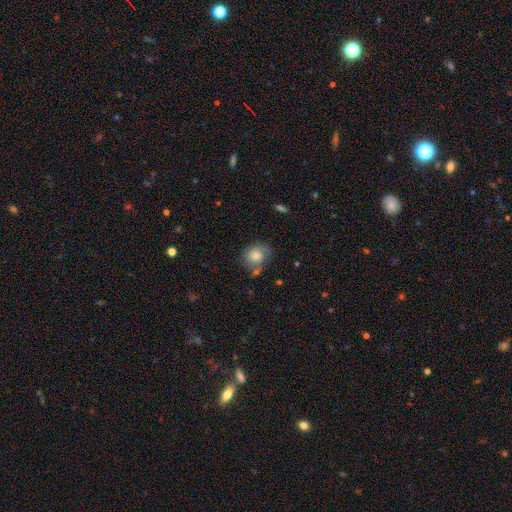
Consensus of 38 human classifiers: Q: Smooth or featured?
A: smooth (76%); runner-up: featured or disk (16%)
Q: How rounded?
A: round (72%); runner-up: in between (28%)
Q: Merging?
A: none (71%); runner-up: minor disturbance (20%)